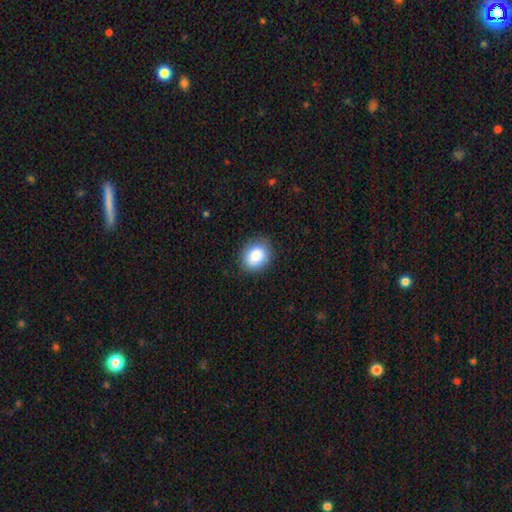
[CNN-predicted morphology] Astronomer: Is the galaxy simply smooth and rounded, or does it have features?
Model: smooth — 85%.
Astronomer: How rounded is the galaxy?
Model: in between — 53% (runner-up: round, 46%).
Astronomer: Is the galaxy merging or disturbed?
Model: none — 82%.